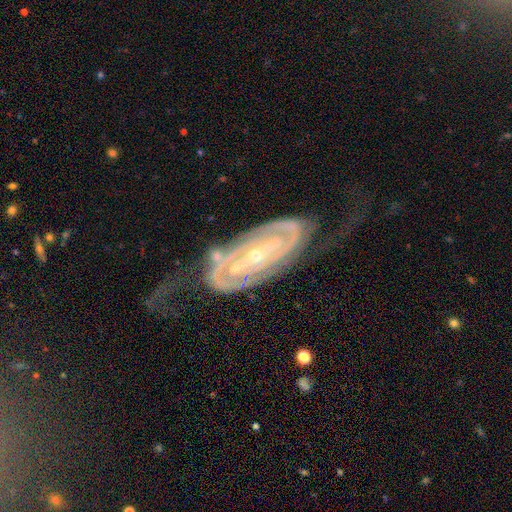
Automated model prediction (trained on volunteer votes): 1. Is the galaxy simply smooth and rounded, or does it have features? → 91% featured or disk, 5% star or artifact, 4% smooth.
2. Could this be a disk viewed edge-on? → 94% no, 6% yes.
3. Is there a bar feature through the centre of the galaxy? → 66% strong, 23% weak, 11% no.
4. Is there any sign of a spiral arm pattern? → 97% yes, 3% no.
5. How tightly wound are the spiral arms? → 55% tight, 34% medium, 12% loose.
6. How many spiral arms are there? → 83% 2, 7% can't tell, 3% 3, 2% 1, 2% 4, 2% more than 4.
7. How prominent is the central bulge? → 75% small, 21% moderate, 1% none, 1% large, 1% dominant.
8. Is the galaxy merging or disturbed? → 54% none, 21% major disturbance, 21% minor disturbance, 4% merger.